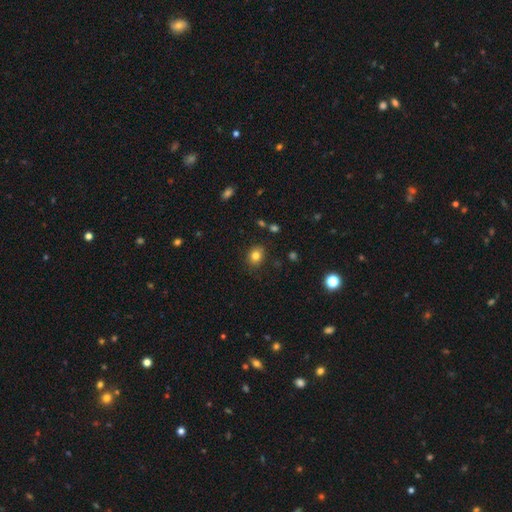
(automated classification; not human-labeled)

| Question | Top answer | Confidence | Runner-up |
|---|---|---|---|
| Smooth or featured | smooth | 81% | star or artifact (12%) |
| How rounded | round | 61% | in between (38%) |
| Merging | none | 85% | minor disturbance (11%) |